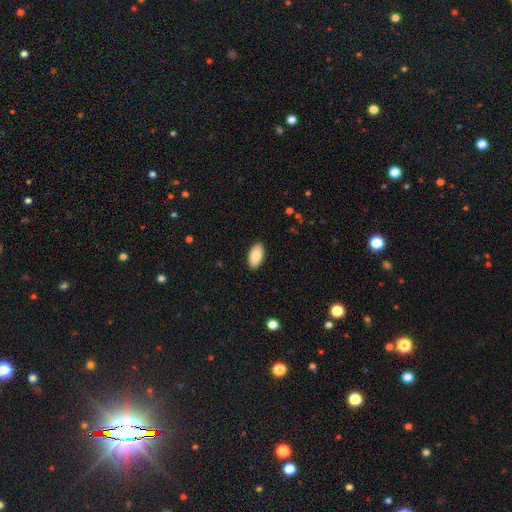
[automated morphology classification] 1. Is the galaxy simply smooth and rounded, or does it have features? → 84% smooth, 9% featured or disk, 6% star or artifact.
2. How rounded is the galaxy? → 95% in between, 3% cigar-shaped, 2% round.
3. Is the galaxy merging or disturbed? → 89% none, 8% minor disturbance, 2% major disturbance, 1% merger.